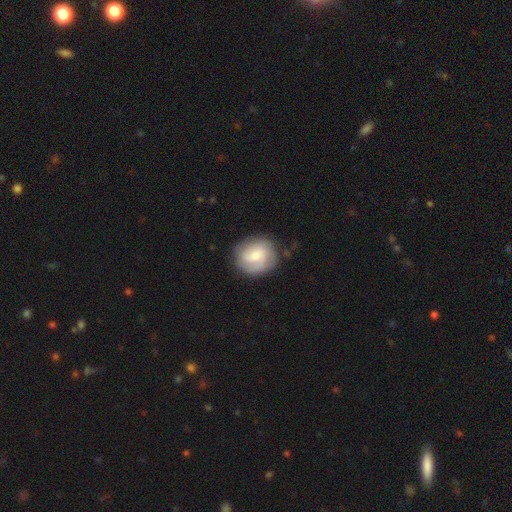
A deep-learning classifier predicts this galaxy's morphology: A featured or disk galaxy (54%) with no bar (54%), spiral arms (88%) and a moderate central bulge (49%).

Vote fractions:
- Smooth or featured? featured or disk: 54% / smooth: 40% / star or artifact: 6%
- Edge-on disk? no: 98% / yes: 2%
- Bar? no: 54% / weak: 40% / strong: 6%
- Spiral arms? yes: 88% / no: 12%
- Bulge size? moderate: 49% / small: 41% / large: 6% / none: 3% / dominant: 1%
- Merging? none: 79% / minor disturbance: 15% / major disturbance: 5% / merger: 1%